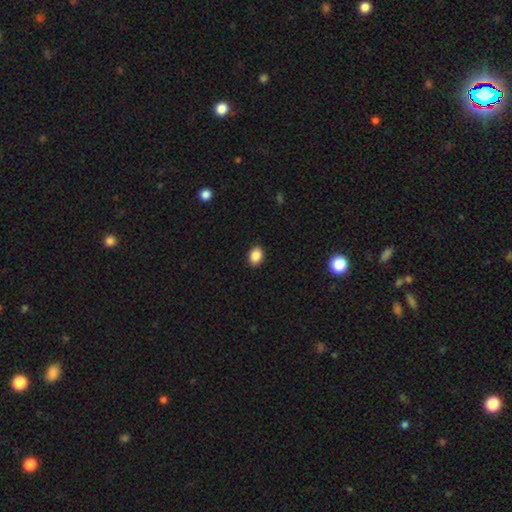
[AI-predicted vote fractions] smooth 88%, star or artifact 9%, featured or disk 3%. Down the decision tree: how rounded — in between (68%); merging — none (90%).